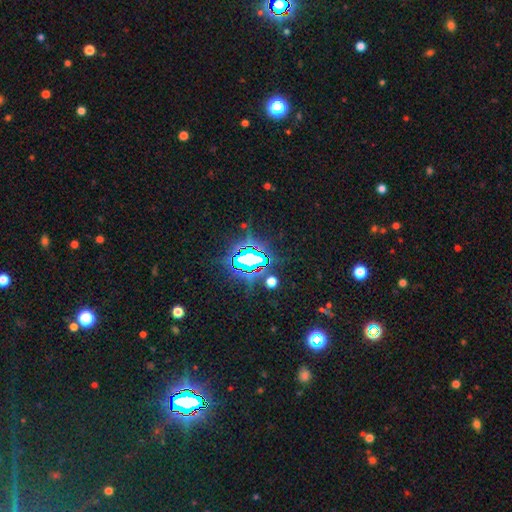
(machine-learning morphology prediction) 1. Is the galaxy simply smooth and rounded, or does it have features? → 77% star or artifact, 12% smooth, 10% featured or disk.